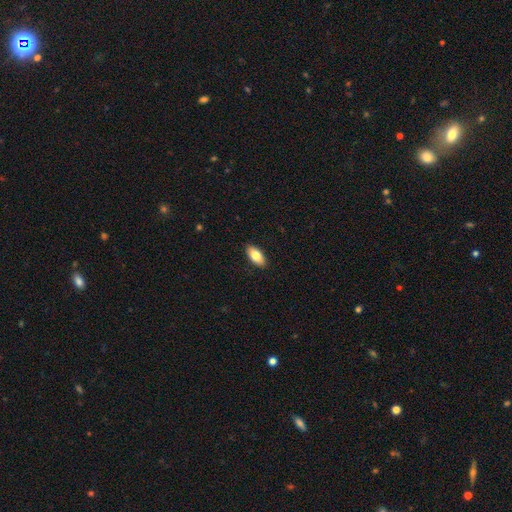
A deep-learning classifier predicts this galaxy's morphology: smooth-or-featured: smooth: 81% | featured or disk: 12% | star or artifact: 6%
  how-rounded: in between: 91% | cigar-shaped: 7% | round: 3%
  merging: none: 90% | minor disturbance: 7% | major disturbance: 2% | merger: 1%